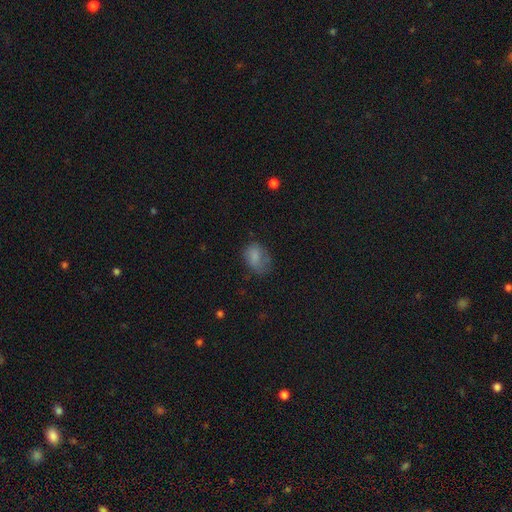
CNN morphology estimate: A smooth galaxy with no disk features (78%) that is in between round and cigar-shaped (76%). Merging: none (49%).